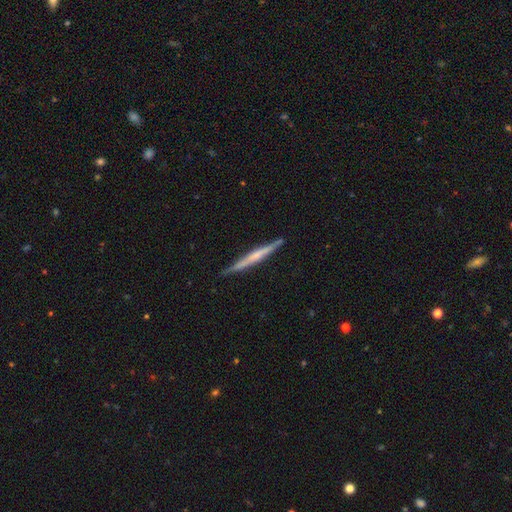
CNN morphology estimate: Smooth or featured? Predicted: featured or disk (p=0.60). Edge-on disk? Predicted: yes (p=0.97). Edge-on bulge? Predicted: none (p=0.55). Merging? Predicted: none (p=0.87).